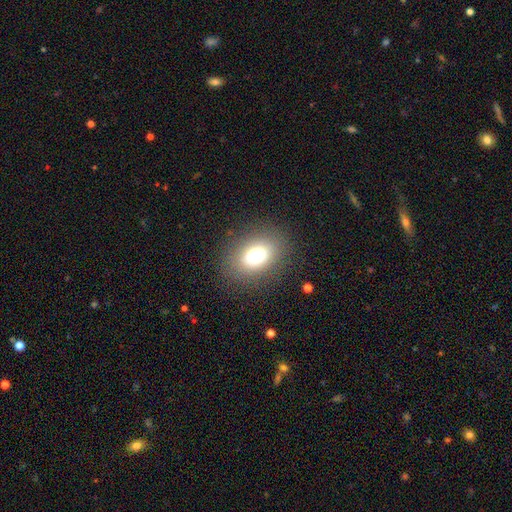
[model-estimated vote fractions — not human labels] Smooth or featured?
  - smooth: 76% *
  - star or artifact: 12%
  - featured or disk: 12%
How rounded?
  - in between: 74% *
  - round: 25%
  - cigar-shaped: 1%
Merging?
  - none: 85% *
  - minor disturbance: 9%
  - major disturbance: 5%
  - merger: 1%